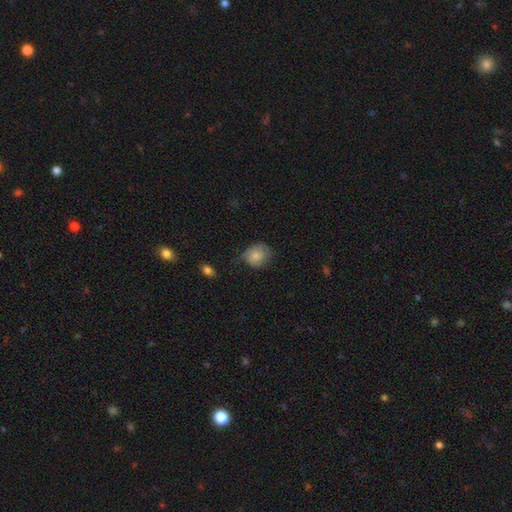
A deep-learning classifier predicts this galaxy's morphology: smooth_or_featured: smooth (p=0.74) [alt: featured or disk p=0.18]
how_rounded: round (p=0.67) [alt: in between p=0.32]
merging: none (p=0.48) [alt: minor disturbance p=0.36]